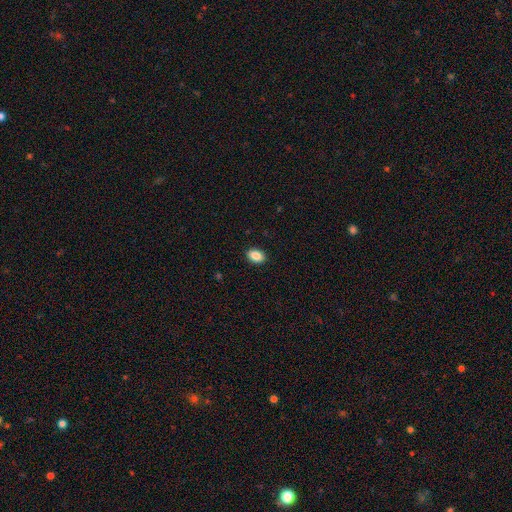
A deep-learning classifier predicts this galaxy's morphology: Overall: smooth (88%). How rounded: in between (86%). Merging: none (91%).